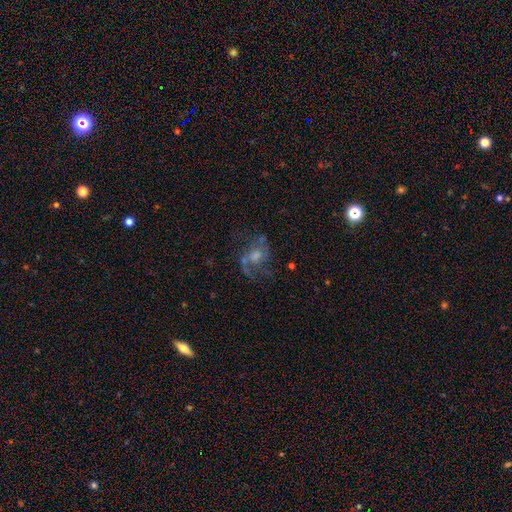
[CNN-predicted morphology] Smooth or featured? featured or disk (68%)
Edge-on disk? no (97%)
Bar? no (66%)
Spiral arms? yes (83%)
Spiral winding? loose (48%)
Spiral arm count? 2 (66%)
Bulge size? moderate (48%)
Merging? none (55%)